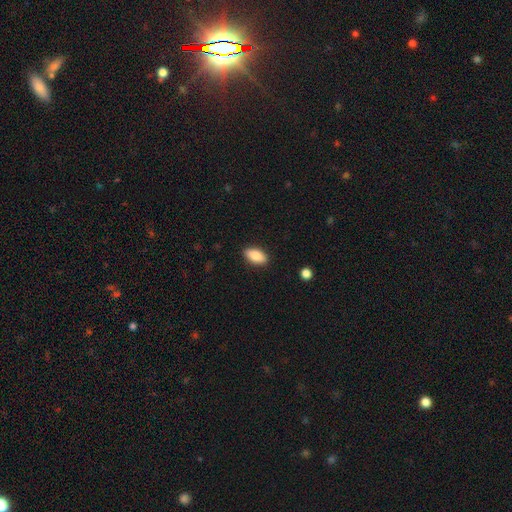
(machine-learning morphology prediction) Smooth or featured? Predicted: smooth (p=0.86). How rounded? Predicted: in between (p=0.91). Merging? Predicted: none (p=0.88).